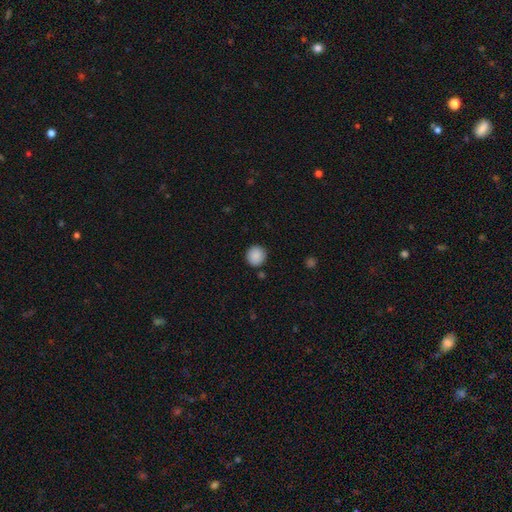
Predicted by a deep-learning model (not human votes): Smooth or featured? smooth (88%)
How rounded? round (93%)
Merging? none (89%)